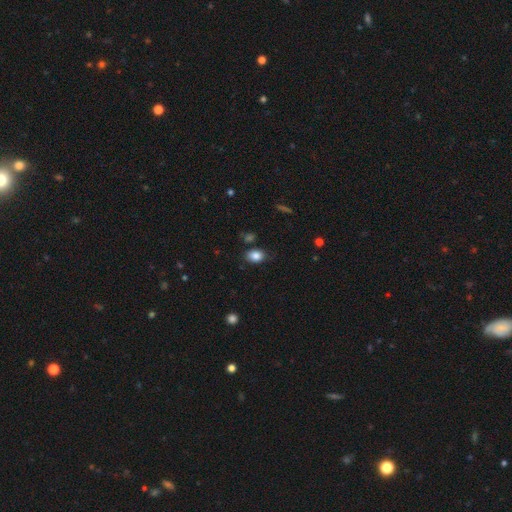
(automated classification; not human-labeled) A smooth galaxy with no disk features (85%) that is in between round and cigar-shaped (75%).

Vote fractions:
- Smooth or featured? smooth: 85% / star or artifact: 9% / featured or disk: 6%
- How rounded? in between: 75% / round: 24% / cigar-shaped: 1%
- Merging? none: 80% / minor disturbance: 13% / major disturbance: 3% / merger: 3%